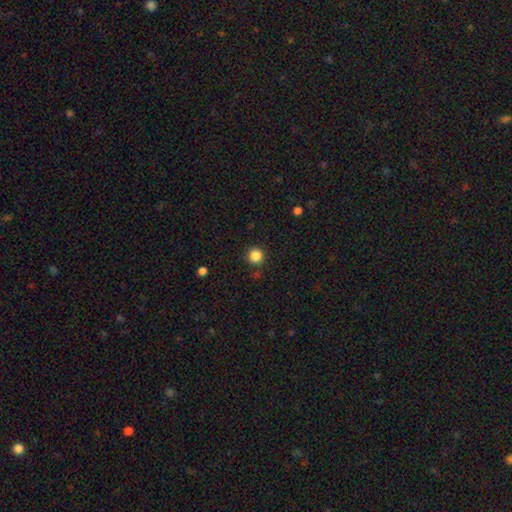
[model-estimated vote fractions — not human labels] A smooth galaxy with no disk features (86%) that is round (95%). Merging: none (88%).